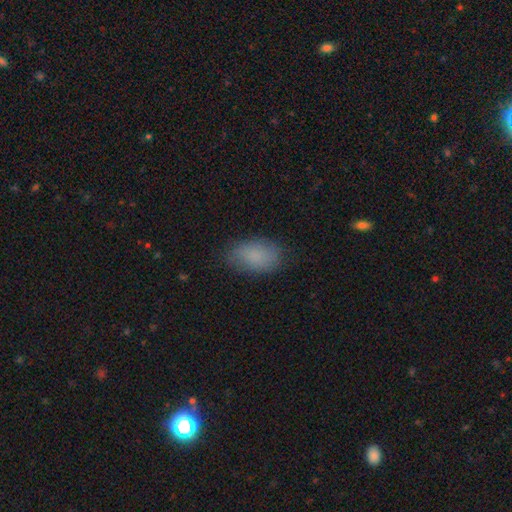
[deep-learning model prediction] Smooth or featured?
  - smooth: 85% *
  - star or artifact: 8%
  - featured or disk: 7%
How rounded?
  - in between: 90% *
  - round: 9%
  - cigar-shaped: 2%
Merging?
  - none: 78% *
  - minor disturbance: 17%
  - major disturbance: 4%
  - merger: 1%